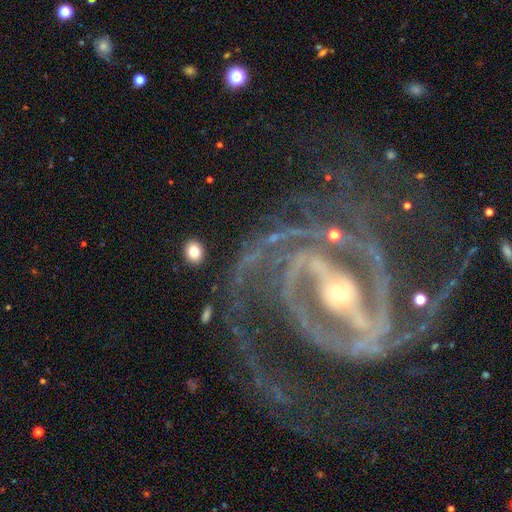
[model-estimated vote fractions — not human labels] smooth-or-featured: featured or disk: 92% | star or artifact: 6% | smooth: 2%
  disk-edge-on: no: 98% | yes: 2%
    bar: strong: 64% | weak: 23% | no: 13%
    has-spiral-arms: yes: 98% | no: 2%
      spiral-winding: tight: 47% | medium: 44% | loose: 10%
      spiral-arm-count: 2: 56% | 3: 15% | can't tell: 9% | 4: 8% | more than 4: 6% | 1: 6%
    bulge-size: small: 72% | moderate: 23% | large: 2% | none: 1% | dominant: 1%
  merging: none: 57% | major disturbance: 22% | minor disturbance: 17% | merger: 3%